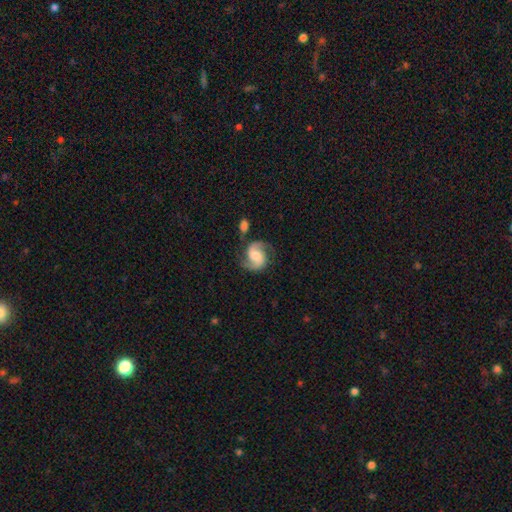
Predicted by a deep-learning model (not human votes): Smooth or featured?
  - featured or disk: 86% *
  - smooth: 9%
  - star or artifact: 5%
Edge-on disk?
  - no: 98% *
  - yes: 2%
Bar?
  - no: 45% *
  - weak: 42%
  - strong: 13%
Spiral arms?
  - yes: 98% *
  - no: 2%
Spiral winding?
  - medium: 57% *
  - loose: 24%
  - tight: 20%
Spiral arm count?
  - 2: 93% *
  - can't tell: 2%
  - 1: 2%
  - 3: 1%
  - 4: 1%
  - more than 4: 1%
Bulge size?
  - moderate: 44% *
  - small: 22%
  - large: 19%
  - none: 13%
  - dominant: 3%
Merging?
  - none: 74% *
  - minor disturbance: 14%
  - merger: 6%
  - major disturbance: 6%